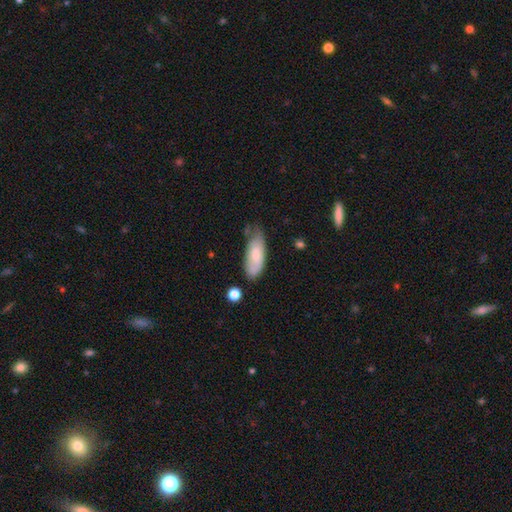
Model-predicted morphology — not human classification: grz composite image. It shows a smooth galaxy with no disk features (73%) that is in between round and cigar-shaped (77%). Merging: none (50%).